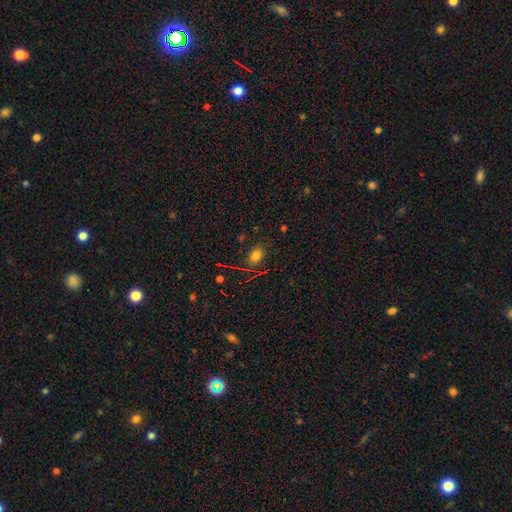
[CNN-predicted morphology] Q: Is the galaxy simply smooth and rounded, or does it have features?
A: smooth — 74%.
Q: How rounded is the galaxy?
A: in between — 77%.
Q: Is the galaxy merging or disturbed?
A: none — 78%.